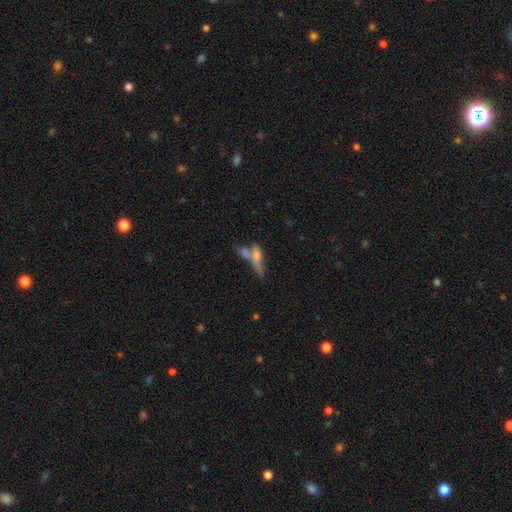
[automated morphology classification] Smooth or featured?
  - smooth: 47% *
  - featured or disk: 40%
  - star or artifact: 13%
Merging?
  - merger: 47% *
  - none: 27%
  - major disturbance: 14%
  - minor disturbance: 12%